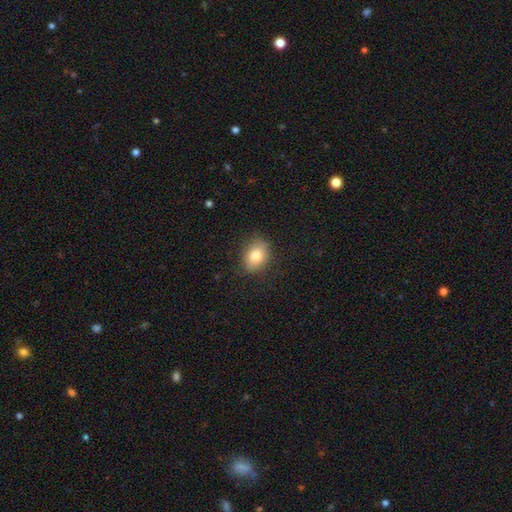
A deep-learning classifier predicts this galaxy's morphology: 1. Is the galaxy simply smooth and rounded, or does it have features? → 82% smooth, 10% featured or disk, 8% star or artifact.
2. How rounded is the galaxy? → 74% in between, 25% round, 1% cigar-shaped.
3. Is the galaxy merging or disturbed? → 83% none, 13% minor disturbance, 3% major disturbance, 1% merger.